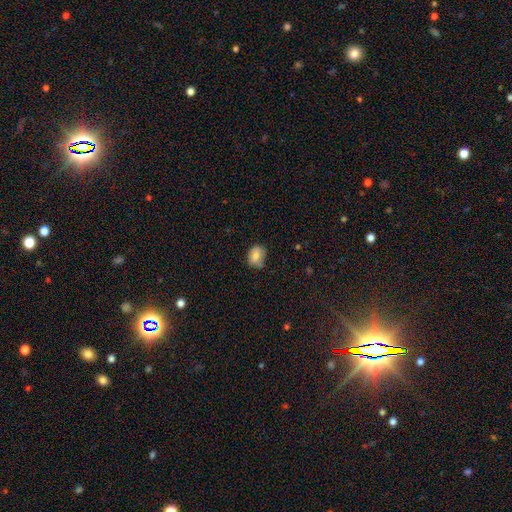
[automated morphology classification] This appears to be a smooth galaxy with no disk features (79%) that is in between round and cigar-shaped (59%). Merging: none (69%).